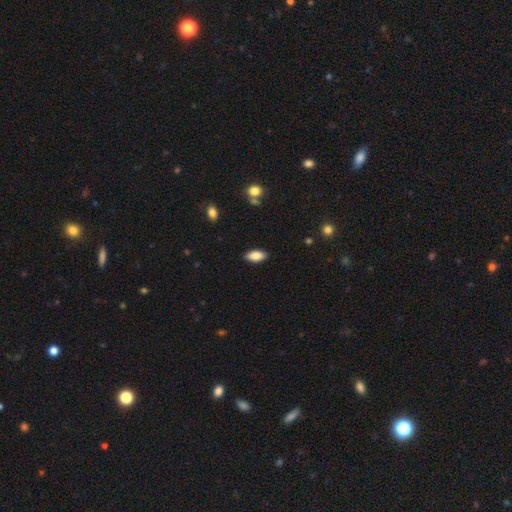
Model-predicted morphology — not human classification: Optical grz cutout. It shows a smooth galaxy with no disk features (83%) that is in between round and cigar-shaped (88%). Merging: none (88%).